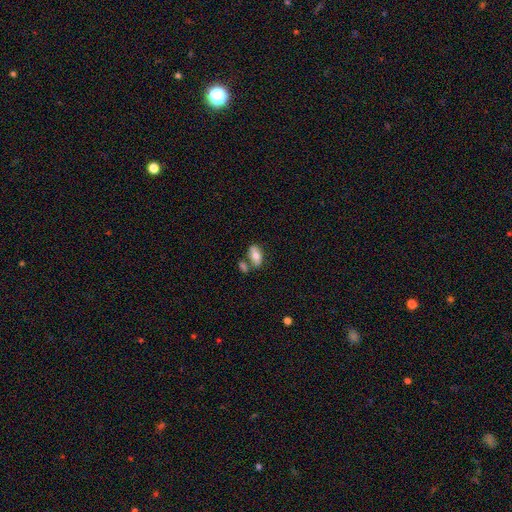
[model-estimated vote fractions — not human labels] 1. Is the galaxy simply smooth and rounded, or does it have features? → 72% smooth, 21% featured or disk, 7% star or artifact.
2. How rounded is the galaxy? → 90% in between, 5% cigar-shaped, 5% round.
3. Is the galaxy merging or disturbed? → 54% none, 26% merger, 15% minor disturbance, 5% major disturbance.